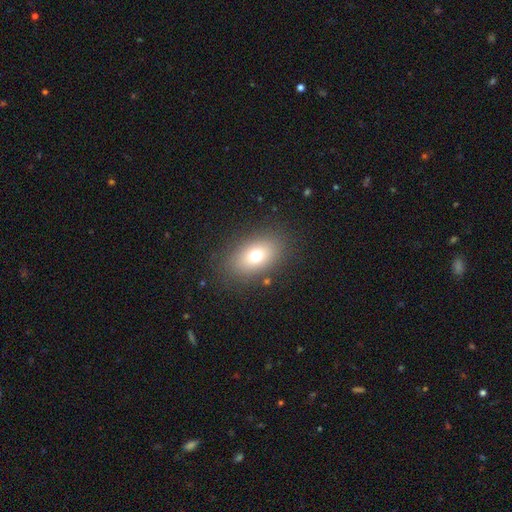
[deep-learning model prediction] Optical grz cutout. It shows a smooth galaxy with no disk features (71%) that is in between round and cigar-shaped (79%). Merging: none (84%).